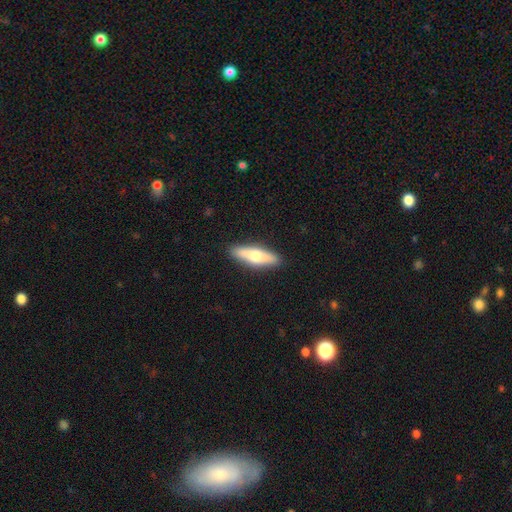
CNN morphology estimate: Smooth or featured? Predicted: smooth (p=0.55). How rounded? Predicted: cigar-shaped (p=0.67). Merging? Predicted: none (p=0.90).